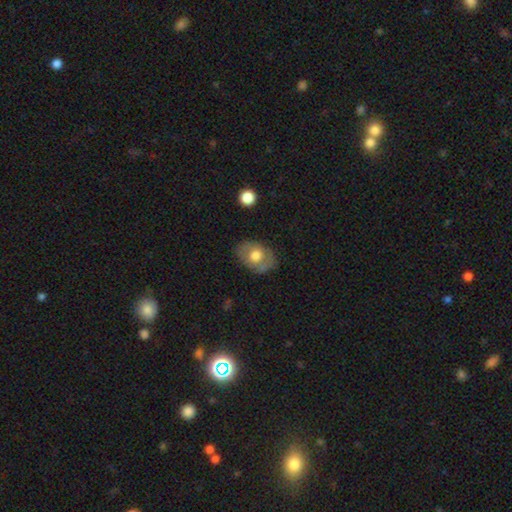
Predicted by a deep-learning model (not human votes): Smooth or featured?
  - smooth: 59% *
  - featured or disk: 34%
  - star or artifact: 7%
How rounded?
  - in between: 74% *
  - round: 25%
  - cigar-shaped: 1%
Merging?
  - none: 75% *
  - minor disturbance: 18%
  - major disturbance: 5%
  - merger: 2%